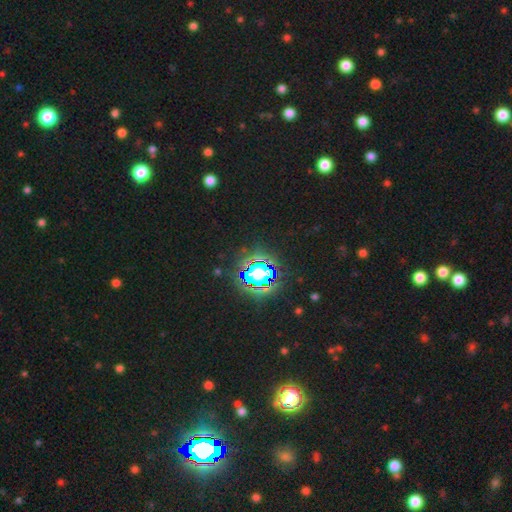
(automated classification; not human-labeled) The model was most divided on "smooth or featured": star or artifact: 81%, smooth: 12%, featured or disk: 7%.